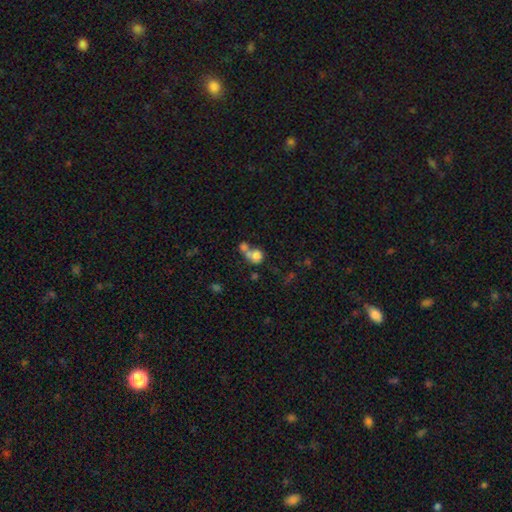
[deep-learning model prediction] Smooth or featured? Predicted: smooth (p=0.73). How rounded? Predicted: round (p=0.80). Merging? Predicted: merger (p=0.56).